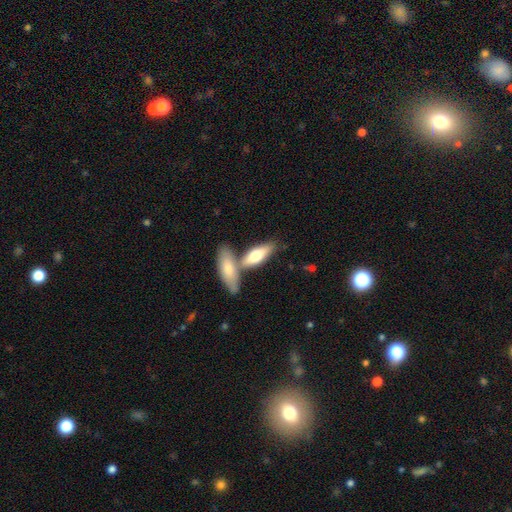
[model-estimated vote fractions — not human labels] smooth-or-featured: smooth: 65% | featured or disk: 30% | star or artifact: 5%
  how-rounded: in between: 58% | cigar-shaped: 40% | round: 2%
  merging: none: 49% | merger: 37% | minor disturbance: 11% | major disturbance: 3%